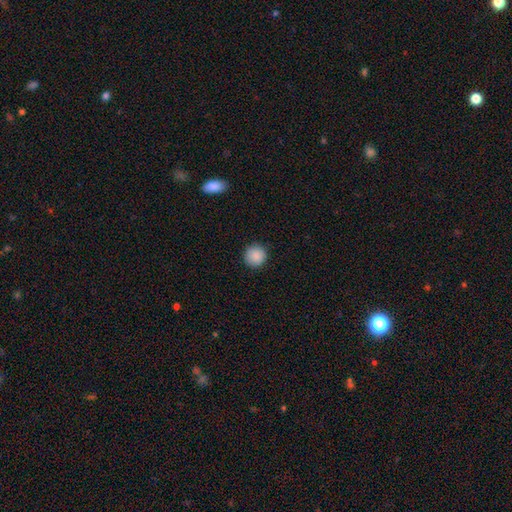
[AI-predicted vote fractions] smooth-or-featured: smooth: 89% | star or artifact: 8% | featured or disk: 3%
  how-rounded: round: 94% | in between: 5% | cigar-shaped: 1%
  merging: none: 91% | minor disturbance: 6% | major disturbance: 2% | merger: 1%